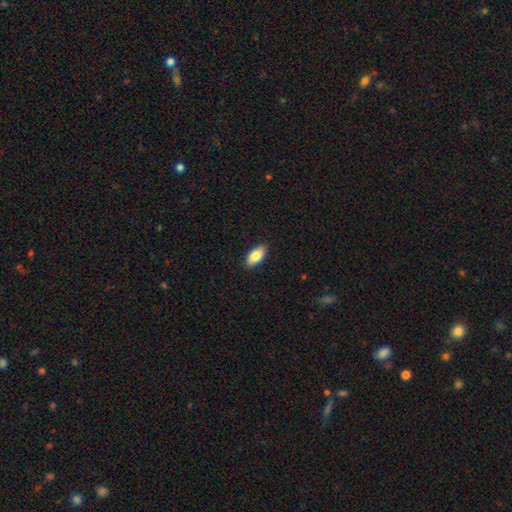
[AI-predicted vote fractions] smooth-or-featured: smooth: 82% | featured or disk: 11% | star or artifact: 6%
  how-rounded: in between: 90% | cigar-shaped: 8% | round: 3%
  merging: none: 89% | minor disturbance: 8% | major disturbance: 2% | merger: 1%